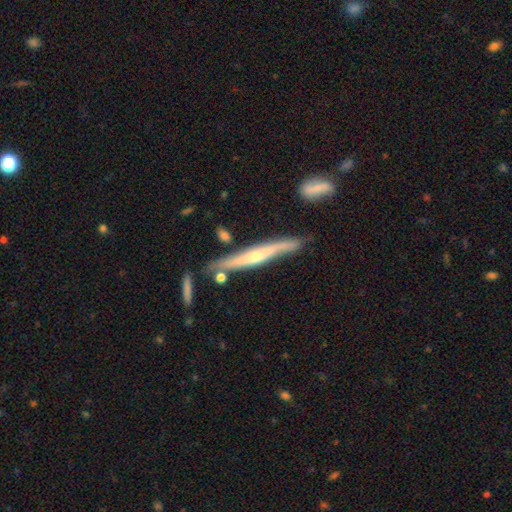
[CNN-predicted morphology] Overall: featured or disk (71%). Edge-on disk: yes (89%). Edge-on bulge: rounded (72%). Merging: none (68%).